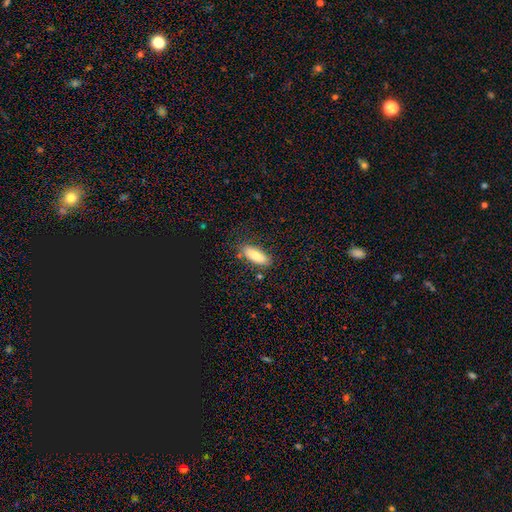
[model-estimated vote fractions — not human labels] A smooth galaxy with no disk features (80%) that is in between round and cigar-shaped (71%).

Vote fractions:
- Smooth or featured? smooth: 80% / featured or disk: 13% / star or artifact: 7%
- How rounded? in between: 71% / cigar-shaped: 27% / round: 2%
- Merging? none: 81% / minor disturbance: 13% / major disturbance: 3% / merger: 2%